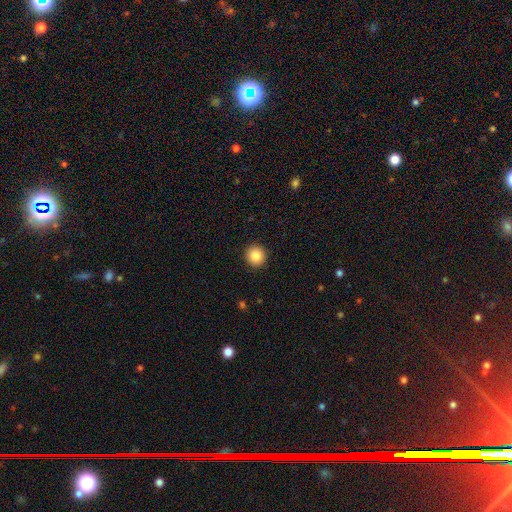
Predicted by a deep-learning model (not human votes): Overall: smooth (87%). How rounded: round (94%). Merging: none (93%).